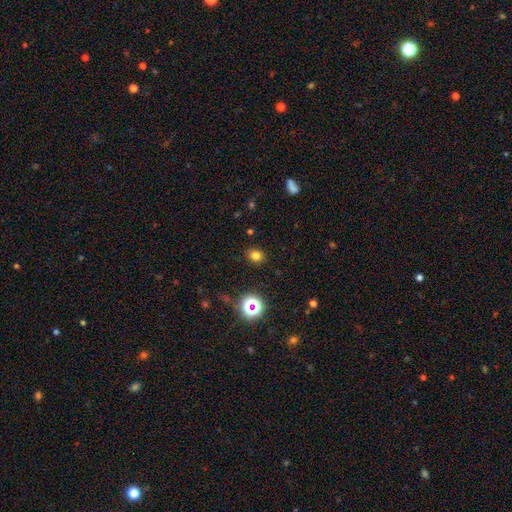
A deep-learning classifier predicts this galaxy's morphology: type=smooth (75%); roundness=round (68%); merging=none (88%).